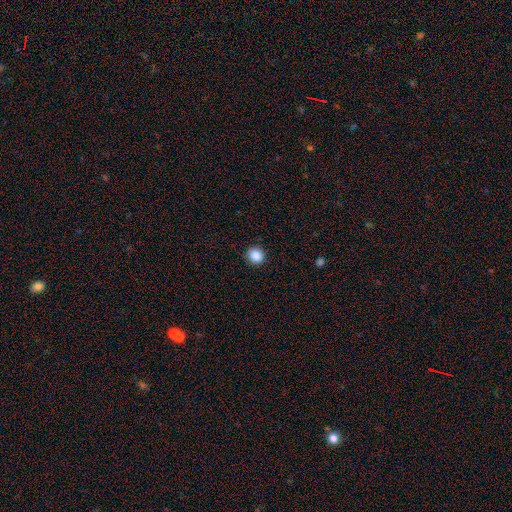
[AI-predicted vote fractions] A smooth galaxy with no disk features (88%) that is round (87%). Merging: none (90%).